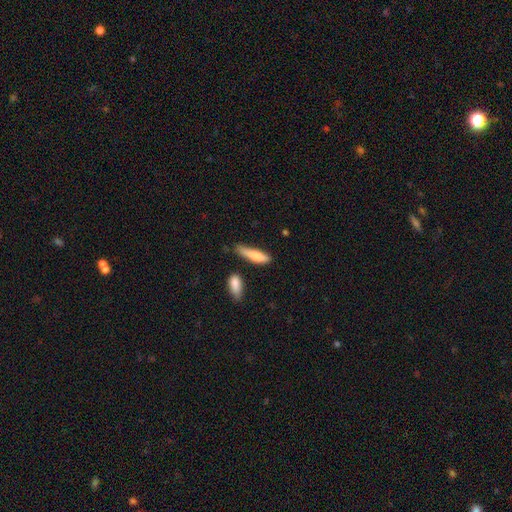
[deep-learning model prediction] Overall: smooth (78%). How rounded: cigar-shaped (69%; in between 29%). Merging: none (47%; minor disturbance 35%).